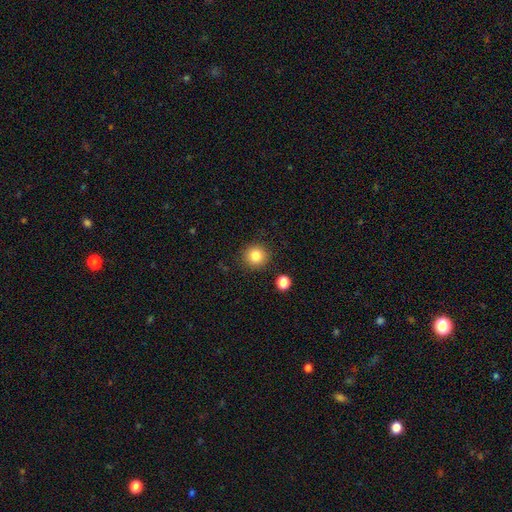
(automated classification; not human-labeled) smooth 85%, star or artifact 10%, featured or disk 5%. Down the decision tree: how rounded — round (93%); merging — none (89%).